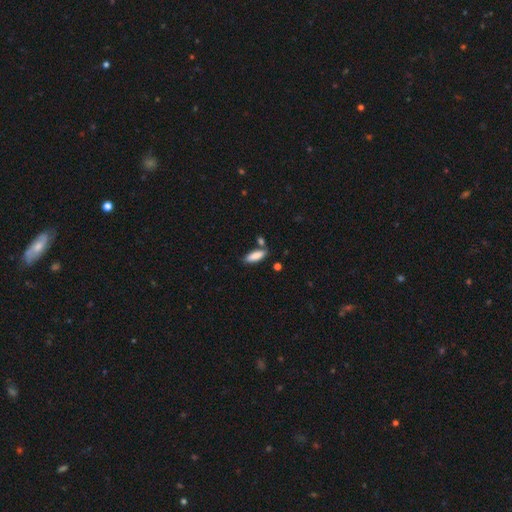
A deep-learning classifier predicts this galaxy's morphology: A smooth galaxy with no disk features (85%) that is in between round and cigar-shaped (63%).

Vote fractions:
- Smooth or featured? smooth: 85% / featured or disk: 8% / star or artifact: 6%
- How rounded? in between: 63% / cigar-shaped: 36% / round: 2%
- Merging? none: 74% / minor disturbance: 14% / merger: 9% / major disturbance: 3%